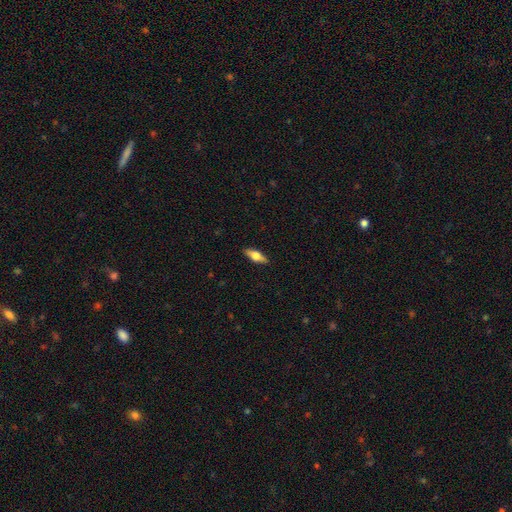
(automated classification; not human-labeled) smooth_or_featured: smooth (p=0.47) [tied with: featured or disk p=0.47]
merging: none (p=0.89) [alt: minor disturbance p=0.08]